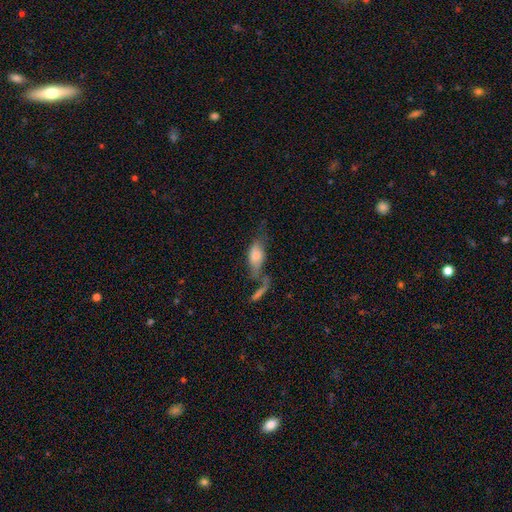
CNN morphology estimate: smooth 67%, featured or disk 25%, star or artifact 8%. Down the decision tree: how rounded — in between (80%); merging — merger (33%).